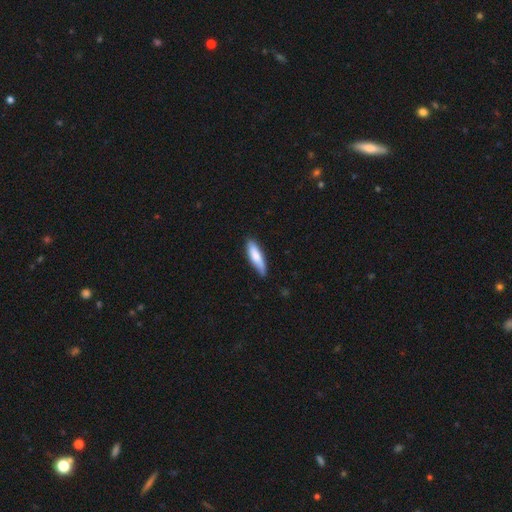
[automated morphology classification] Q: Smooth or featured?
A: smooth (78%); runner-up: featured or disk (17%)
Q: How rounded?
A: cigar-shaped (66%); runner-up: in between (32%)
Q: Merging?
A: none (75%); runner-up: minor disturbance (20%)